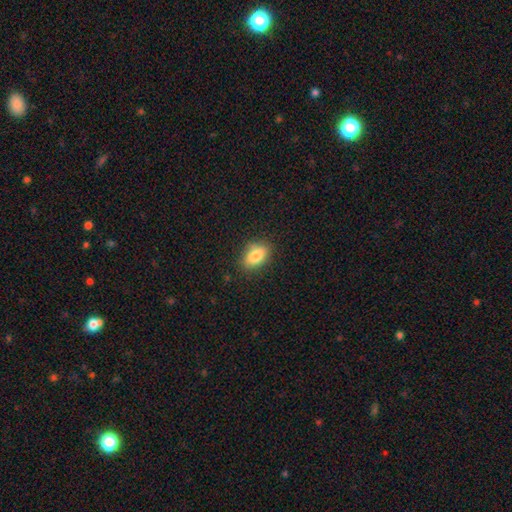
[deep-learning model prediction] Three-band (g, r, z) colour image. It shows a smooth galaxy with no disk features (84%) that is in between round and cigar-shaped (87%). Merging: none (84%).